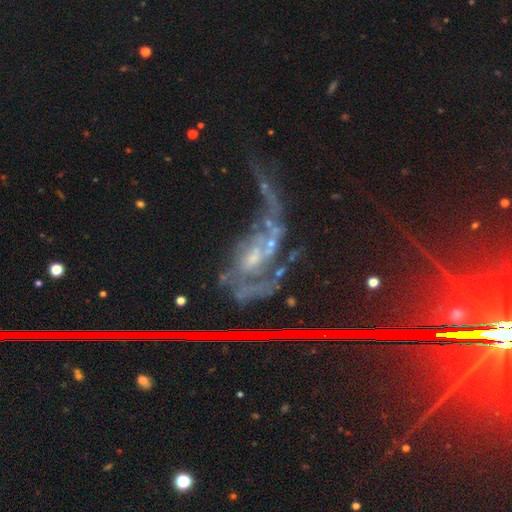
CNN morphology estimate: Smooth or featured: featured or disk — 75% (star or artifact — 15%)
Edge-on disk: no — 92% (yes — 8%)
Bar: no — 51% (weak — 35%)
Spiral arms: yes — 76% (no — 24%)
Spiral winding: loose — 53% (medium — 32%)
Spiral arm count: 2 — 51% (can't tell — 21%)
Bulge size: small — 48% (moderate — 27%)
Merging: major disturbance — 43% (none — 27%)